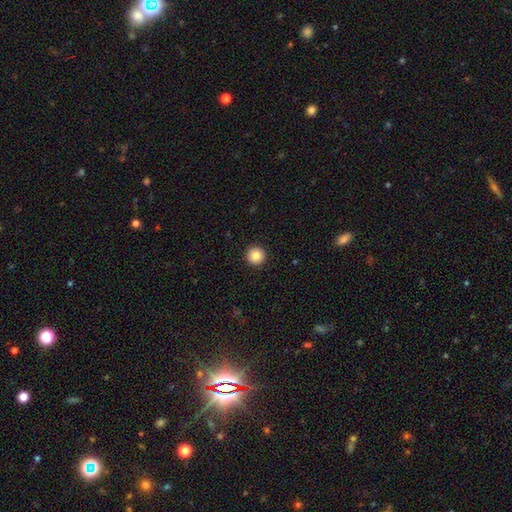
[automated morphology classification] Smooth or featured? Predicted: smooth (p=0.85). How rounded? Predicted: round (p=0.97). Merging? Predicted: none (p=0.94).